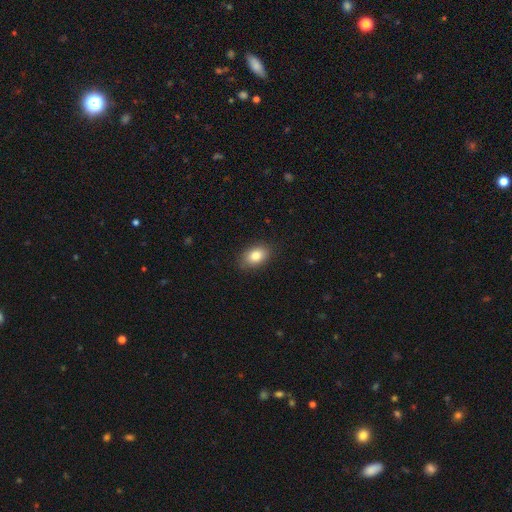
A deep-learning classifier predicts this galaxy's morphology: Smooth or featured? Predicted: smooth (p=0.83). How rounded? Predicted: in between (p=0.84). Merging? Predicted: none (p=0.85).